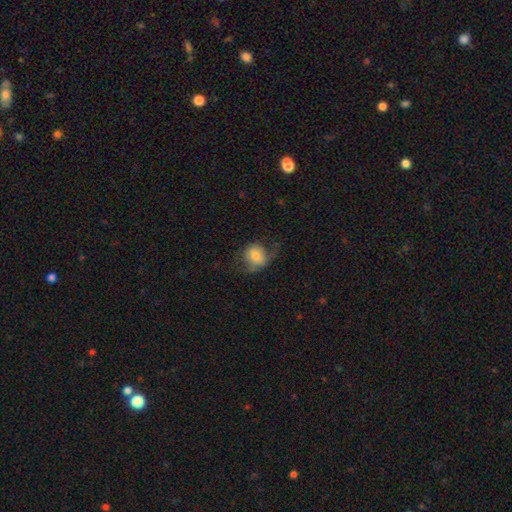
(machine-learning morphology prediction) smooth 60%, featured or disk 31%, star or artifact 8%. Down the decision tree: how rounded — round (67%); merging — none (54%).